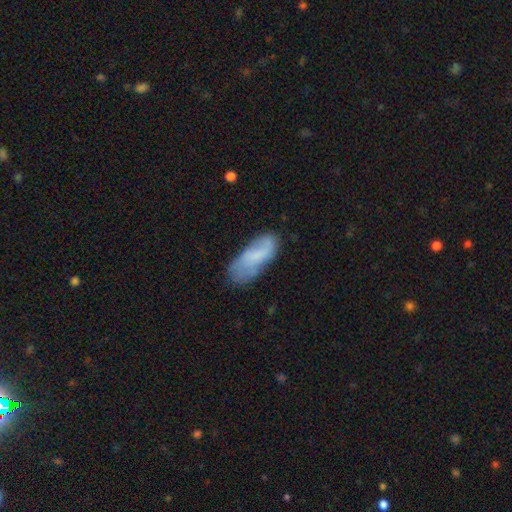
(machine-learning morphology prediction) smooth_or_featured: smooth (p=0.62) [alt: featured or disk p=0.31]
how_rounded: in between (p=0.79) [alt: cigar-shaped p=0.19]
merging: none (p=0.57) [alt: minor disturbance p=0.28]